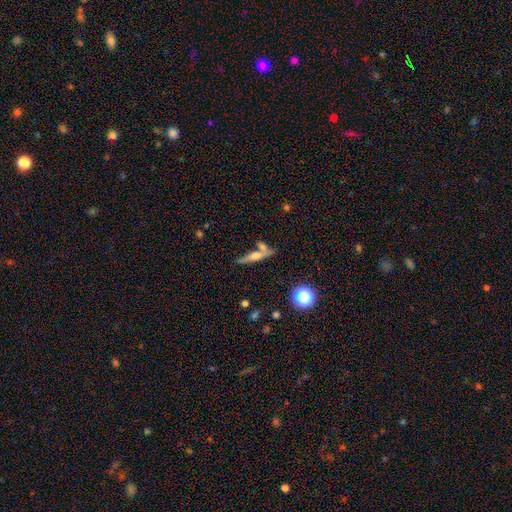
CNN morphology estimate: Overall: featured or disk (50%; smooth 41%). Merging: none (62%; merger 23%).